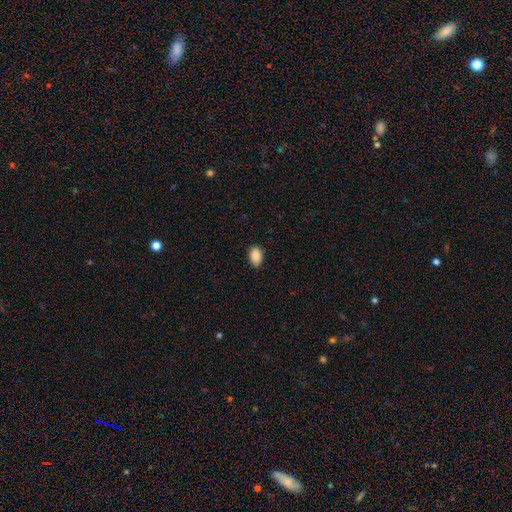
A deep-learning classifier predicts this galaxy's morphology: This appears to be a smooth galaxy with no disk features (89%) that is in between round and cigar-shaped (89%). Merging: none (86%).